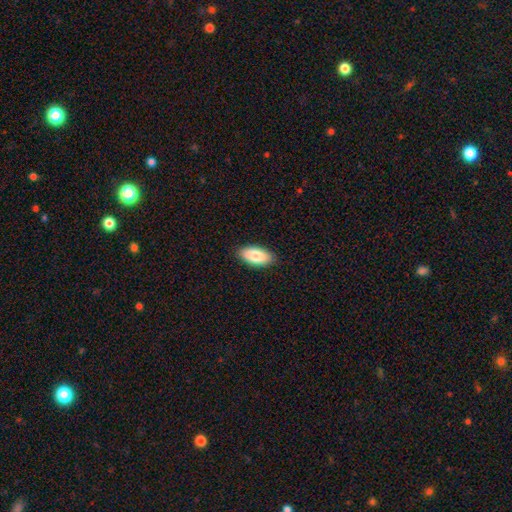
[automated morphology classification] This is clearly a smooth galaxy (83%). How rounded: clearly in between (92%). Merging: clearly none (89%).